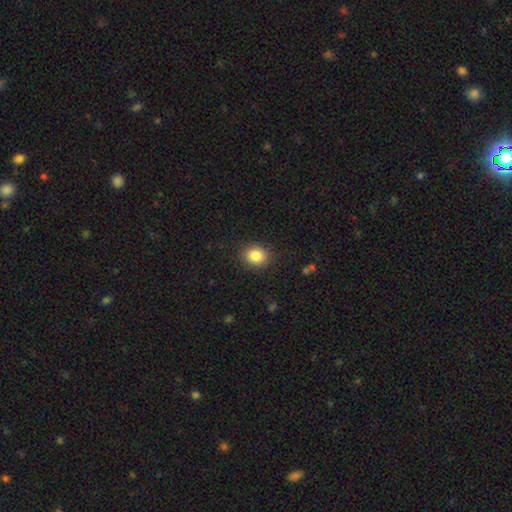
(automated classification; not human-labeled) Smooth or featured? smooth (86%)
How rounded? round (60%)
Merging? none (87%)